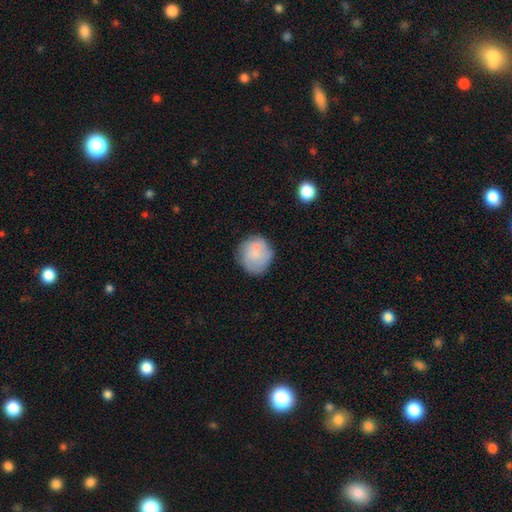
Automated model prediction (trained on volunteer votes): smooth 68%, featured or disk 25%, star or artifact 7%. Down the decision tree: how rounded — round (88%); merging — none (64%).